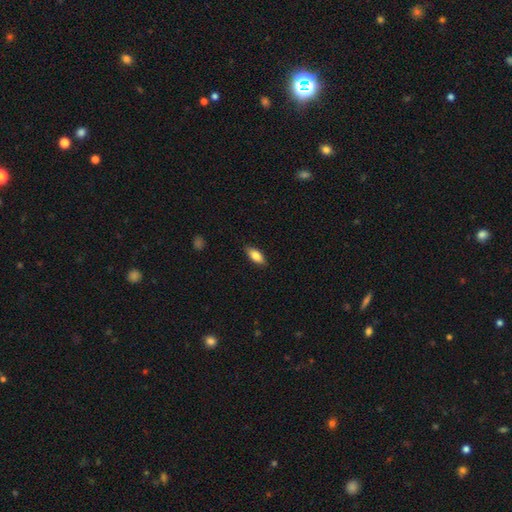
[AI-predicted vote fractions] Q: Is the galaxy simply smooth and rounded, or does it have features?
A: smooth — 82%.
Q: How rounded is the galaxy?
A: in between — 83%.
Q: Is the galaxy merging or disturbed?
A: none — 86%.